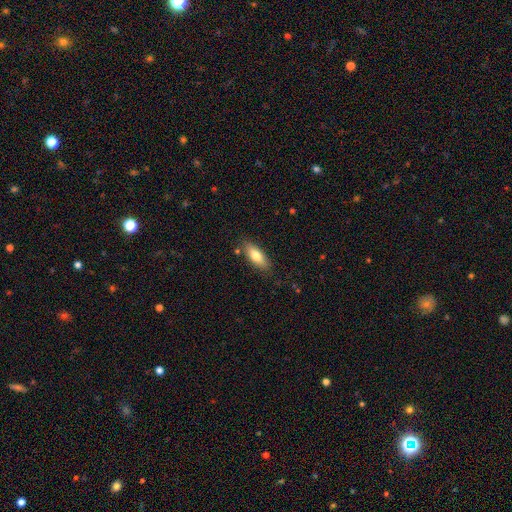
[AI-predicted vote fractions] This is likely a smooth galaxy (76%). How rounded: likely in between (68%). Merging: clearly none (84%).